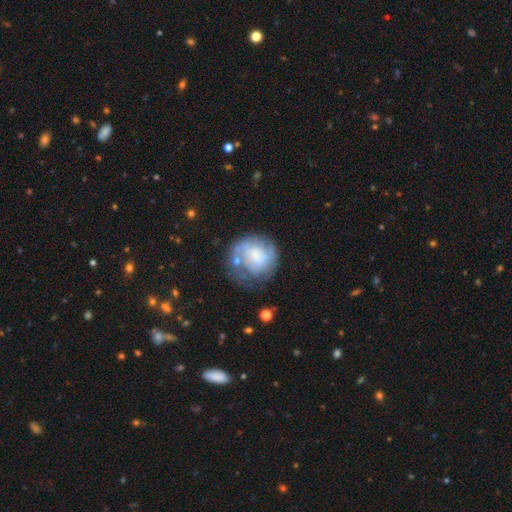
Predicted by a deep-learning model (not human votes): Smooth or featured? featured or disk (51%)
Edge-on disk? no (98%)
Merging? none (46%)